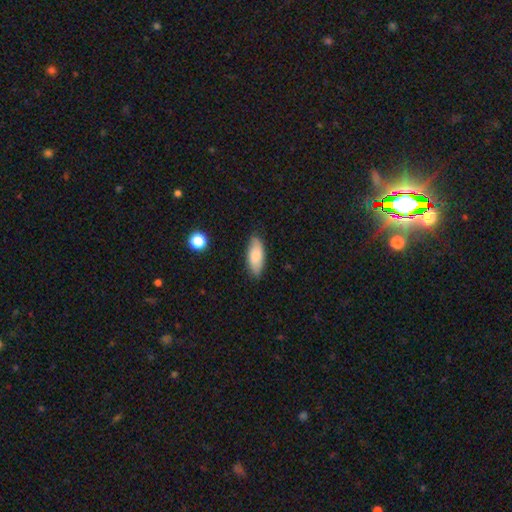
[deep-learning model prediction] smooth-or-featured: smooth: 80% | featured or disk: 13% | star or artifact: 6%
  how-rounded: in between: 82% | cigar-shaped: 16% | round: 2%
  merging: none: 82% | minor disturbance: 14% | major disturbance: 2% | merger: 1%